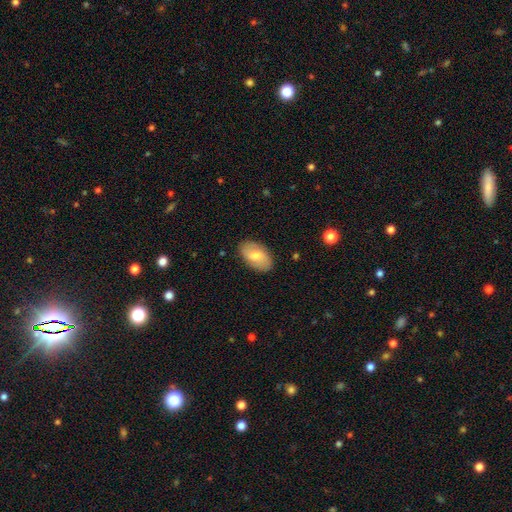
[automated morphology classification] smooth-or-featured: smooth: 62% | featured or disk: 31% | star or artifact: 7%
  how-rounded: in between: 93% | round: 5% | cigar-shaped: 2%
  merging: none: 86% | minor disturbance: 11% | major disturbance: 2% | merger: 1%